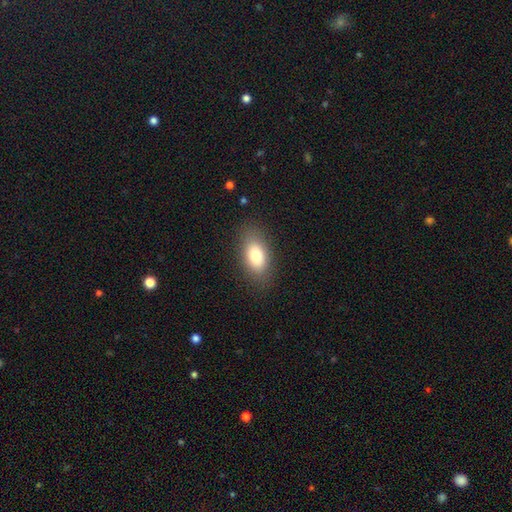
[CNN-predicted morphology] Smooth or featured: smooth — 80% (featured or disk — 12%)
How rounded: in between — 90% (round — 7%)
Merging: none — 84% (minor disturbance — 11%)